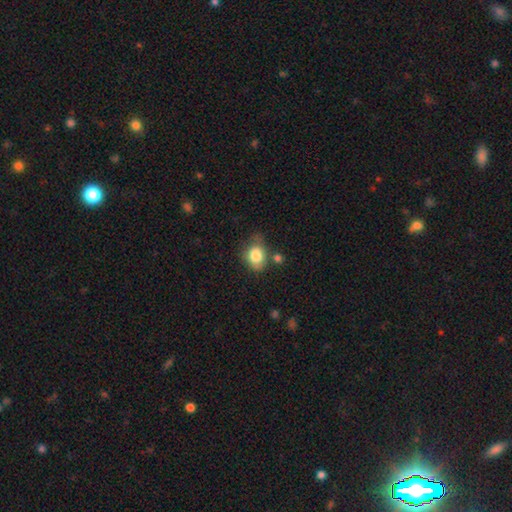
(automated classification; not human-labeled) Q: Smooth or featured?
A: smooth (82%); runner-up: featured or disk (9%)
Q: How rounded?
A: in between (51%); runner-up: round (47%)
Q: Merging?
A: none (51%); runner-up: minor disturbance (29%)